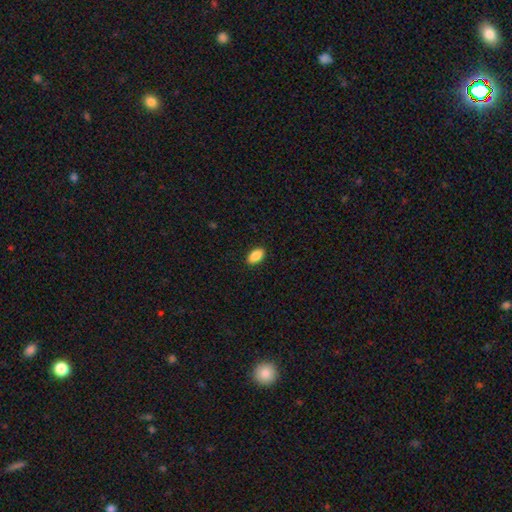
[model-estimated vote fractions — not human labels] smooth_or_featured: smooth (p=0.88) [alt: star or artifact p=0.07]
how_rounded: in between (p=0.92) [alt: cigar-shaped p=0.04]
merging: none (p=0.90) [alt: minor disturbance p=0.07]